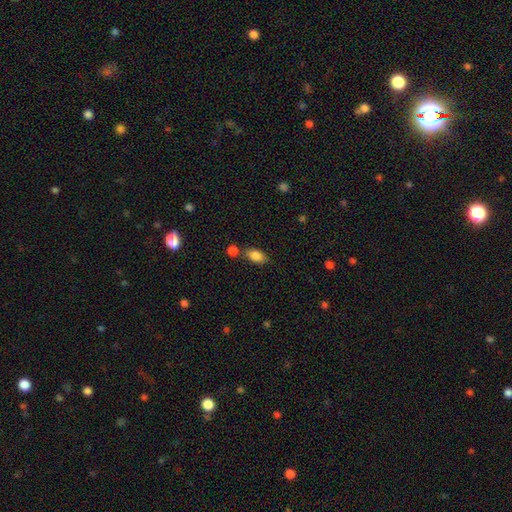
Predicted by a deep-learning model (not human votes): smooth 85%, star or artifact 8%, featured or disk 6%. Down the decision tree: how rounded — in between (89%); merging — none (63%).